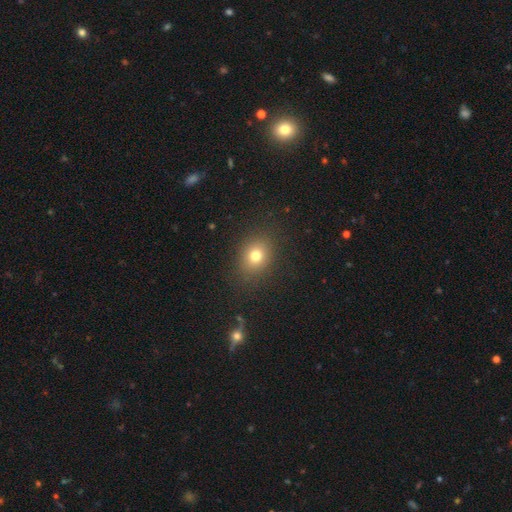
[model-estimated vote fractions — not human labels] Smooth or featured? smooth (76%)
How rounded? round (52%)
Merging? none (86%)